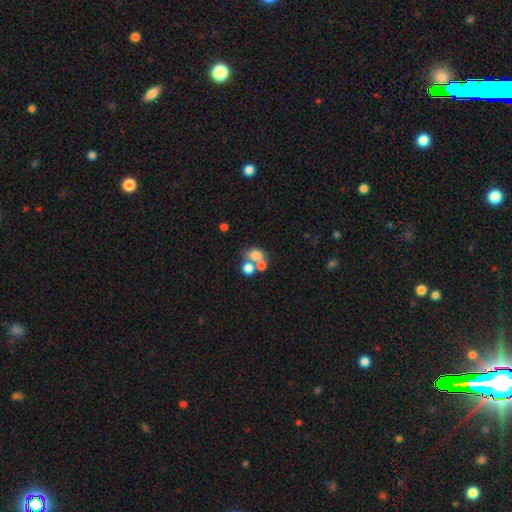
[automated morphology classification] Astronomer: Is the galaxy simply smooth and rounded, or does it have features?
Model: smooth — 69%.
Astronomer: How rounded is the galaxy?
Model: round — 58% (runner-up: in between, 41%).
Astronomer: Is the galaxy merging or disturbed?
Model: merger — 54% (runner-up: none, 31%).